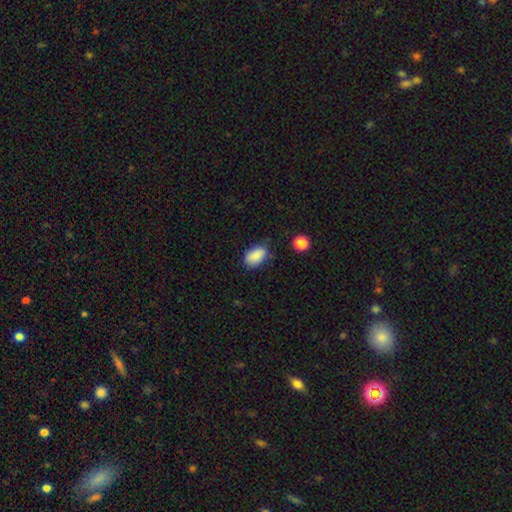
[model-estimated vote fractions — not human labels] smooth-or-featured: smooth: 87% | star or artifact: 8% | featured or disk: 5%
  how-rounded: in between: 91% | round: 8% | cigar-shaped: 2%
  merging: none: 70% | minor disturbance: 23% | major disturbance: 4% | merger: 3%